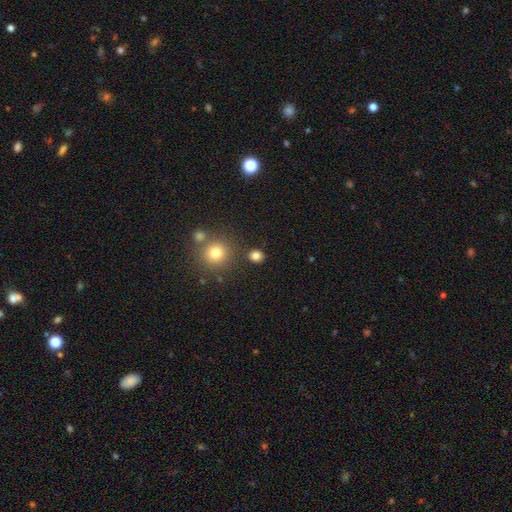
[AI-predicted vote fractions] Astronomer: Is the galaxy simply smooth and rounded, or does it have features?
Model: smooth — 81%.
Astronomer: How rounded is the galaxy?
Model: round — 71%.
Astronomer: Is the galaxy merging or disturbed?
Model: none — 82%.